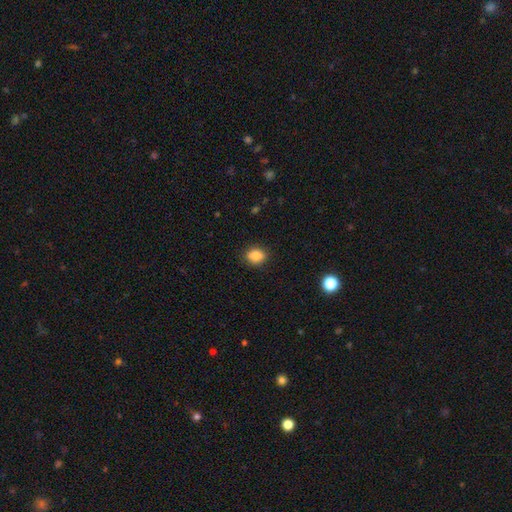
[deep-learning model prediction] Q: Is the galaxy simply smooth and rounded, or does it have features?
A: smooth — 86%.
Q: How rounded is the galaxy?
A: in between — 57%.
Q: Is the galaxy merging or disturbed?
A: none — 84%.